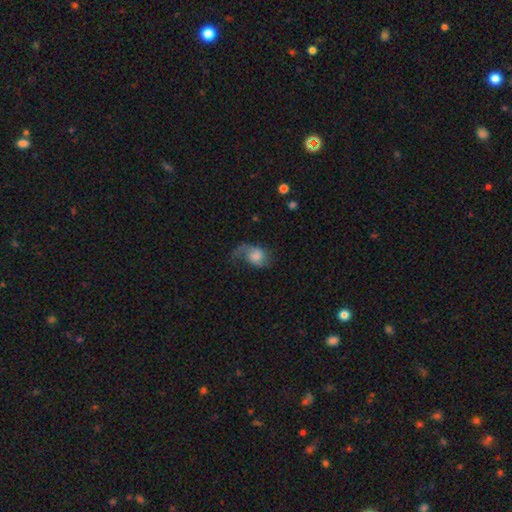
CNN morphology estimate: Overall: smooth (50%; featured or disk 41%). Merging: major disturbance (37%; none 35%).